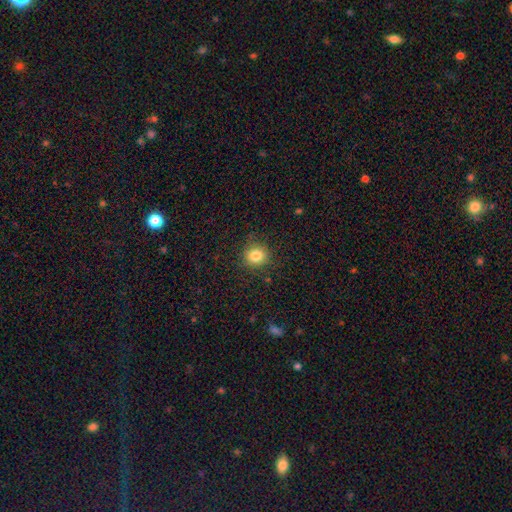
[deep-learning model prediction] A smooth galaxy with no disk features (83%) that is round (86%). Merging: none (87%).